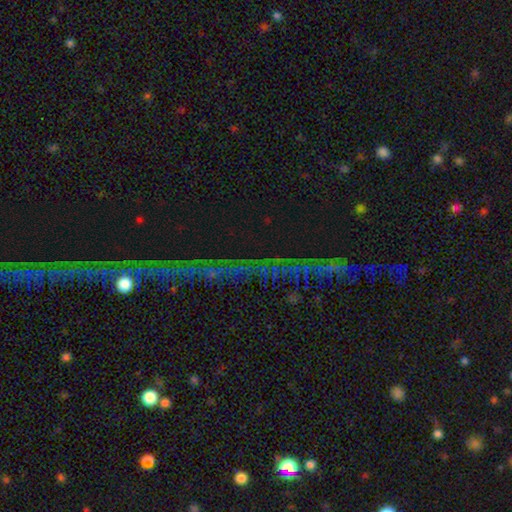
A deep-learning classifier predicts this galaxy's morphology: star or artifact 78%, featured or disk 12%, smooth 10%.